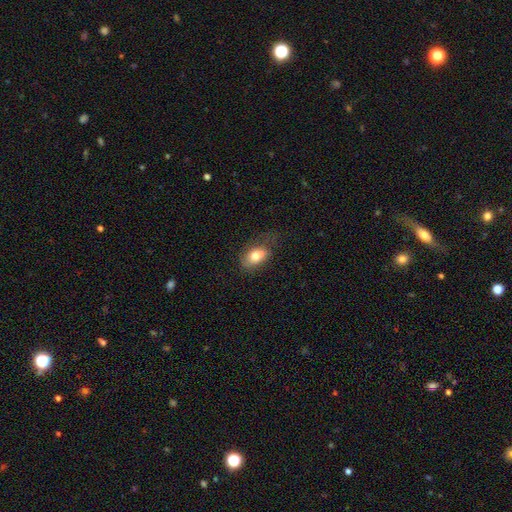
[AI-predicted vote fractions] Smooth or featured?
  - smooth: 73% *
  - featured or disk: 19%
  - star or artifact: 8%
How rounded?
  - in between: 83% *
  - round: 14%
  - cigar-shaped: 2%
Merging?
  - none: 41% *
  - minor disturbance: 28%
  - merger: 17%
  - major disturbance: 14%